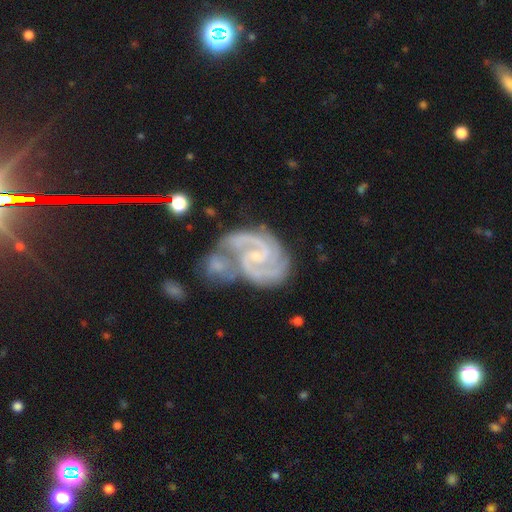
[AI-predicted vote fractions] smooth-or-featured: featured or disk: 93% | star or artifact: 4% | smooth: 3%
  disk-edge-on: no: 98% | yes: 2%
    bar: weak: 43% | no: 42% | strong: 14%
    has-spiral-arms: yes: 99% | no: 1%
      spiral-winding: medium: 50% | tight: 43% | loose: 8%
      spiral-arm-count: 2: 73% | 3: 14% | can't tell: 5% | 4: 3% | 1: 3% | more than 4: 3%
    bulge-size: small: 77% | moderate: 16% | none: 4% | large: 1% | dominant: 1%
  merging: merger: 42% | none: 33% | minor disturbance: 16% | major disturbance: 8%